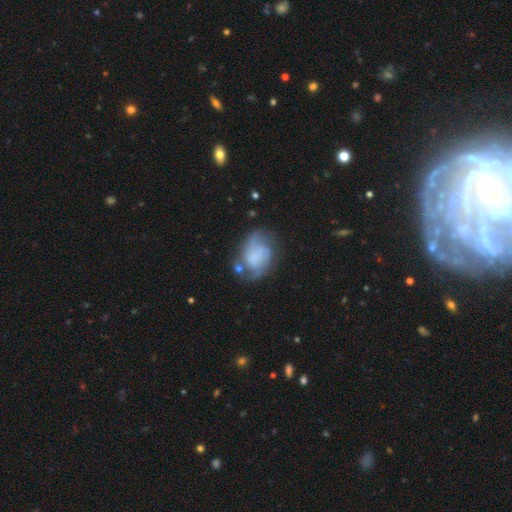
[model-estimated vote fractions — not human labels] This is likely a featured or disk galaxy (65%). It is clearly not viewed edge-on (98%). Bar: likely no (67%). Spiral arm pattern: clearly yes (83%). Spiral arm count: likely 2 (61%). Spiral winding: marginally medium (42%). Central bulge: possibly none (59%). Merging: possibly none (50%).